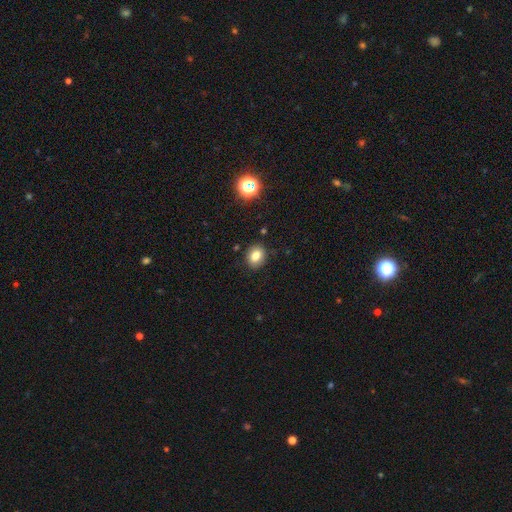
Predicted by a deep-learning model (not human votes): A smooth galaxy with no disk features (81%) that is in between round and cigar-shaped (50%). Merging: none (87%).